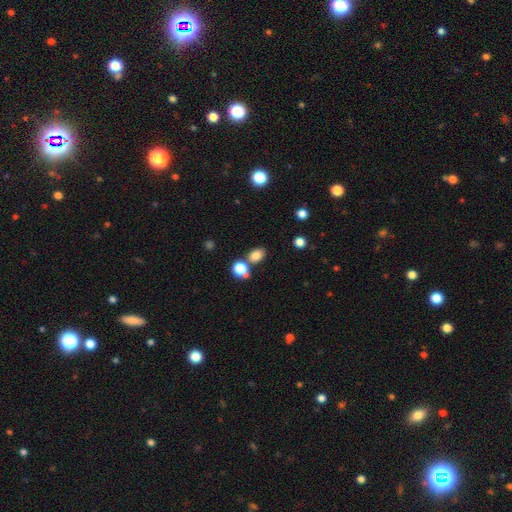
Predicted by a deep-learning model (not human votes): A smooth galaxy with no disk features (81%) that is in between round and cigar-shaped (63%).

Vote fractions:
- Smooth or featured? smooth: 81% / star or artifact: 13% / featured or disk: 6%
- How rounded? in between: 63% / round: 35% / cigar-shaped: 1%
- Merging? none: 67% / merger: 19% / minor disturbance: 11% / major disturbance: 4%